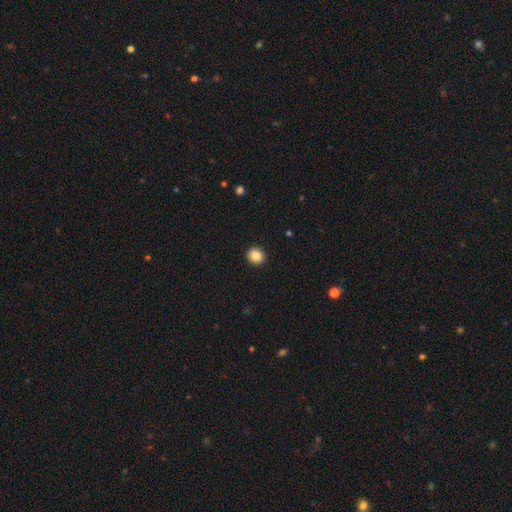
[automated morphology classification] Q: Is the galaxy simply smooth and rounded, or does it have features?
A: smooth — 86%.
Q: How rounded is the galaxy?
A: round — 86%.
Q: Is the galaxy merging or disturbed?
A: none — 93%.